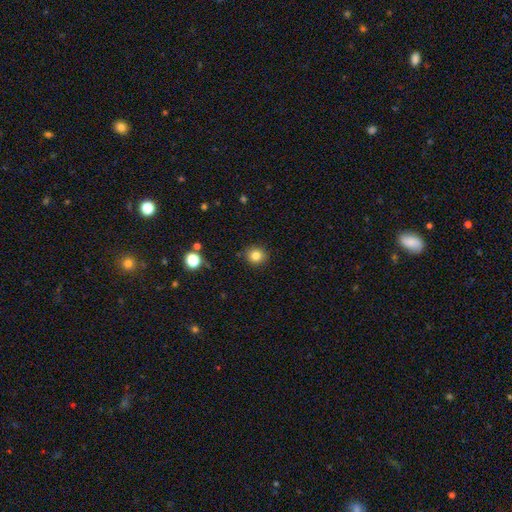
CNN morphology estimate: This is clearly a smooth galaxy (82%). How rounded: clearly round (88%). Merging: clearly none (89%).